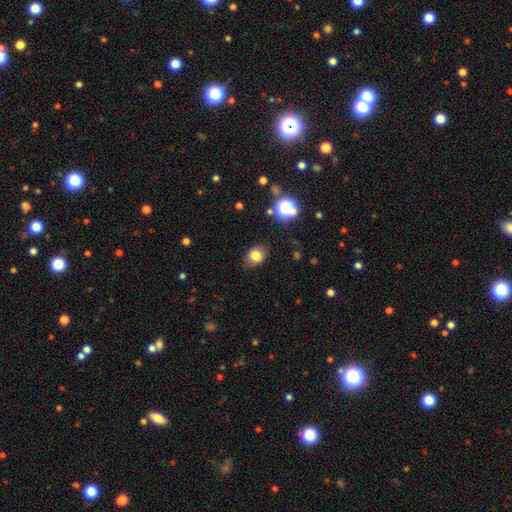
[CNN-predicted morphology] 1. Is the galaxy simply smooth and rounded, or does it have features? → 79% smooth, 13% star or artifact, 8% featured or disk.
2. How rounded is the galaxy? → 50% in between, 49% round, 1% cigar-shaped.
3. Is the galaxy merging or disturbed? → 80% none, 15% minor disturbance, 4% major disturbance, 2% merger.